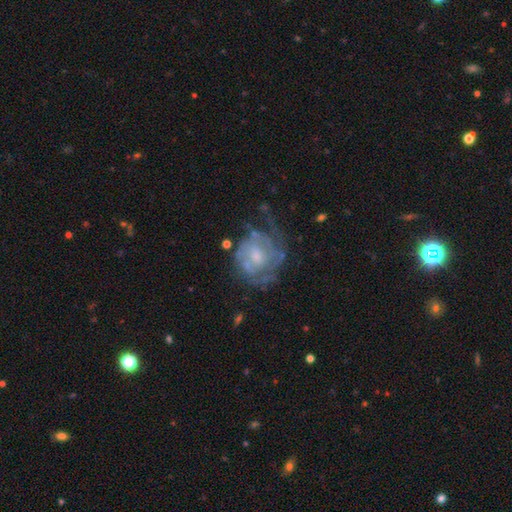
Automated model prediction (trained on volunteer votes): Q: Smooth or featured?
A: featured or disk (76%); runner-up: smooth (17%)
Q: Edge-on disk?
A: no (98%); runner-up: yes (2%)
Q: Bar?
A: no (62%); runner-up: weak (33%)
Q: Spiral arms?
A: yes (78%); runner-up: no (22%)
Q: Spiral winding?
A: tight (52%); runner-up: medium (34%)
Q: Spiral arm count?
A: can't tell (47%); runner-up: 2 (24%)
Q: Bulge size?
A: small (45%); runner-up: moderate (41%)
Q: Merging?
A: none (49%); runner-up: major disturbance (25%)